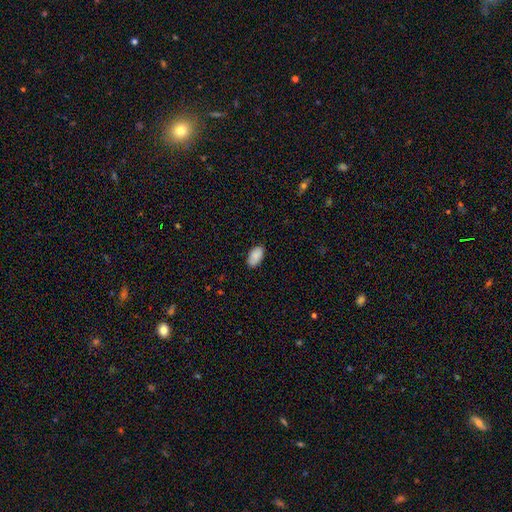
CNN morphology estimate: A smooth galaxy with no disk features (89%) that is in between round and cigar-shaped (95%). Merging: none (85%).